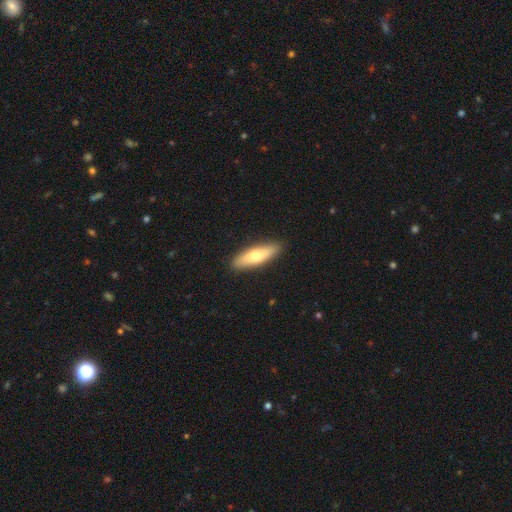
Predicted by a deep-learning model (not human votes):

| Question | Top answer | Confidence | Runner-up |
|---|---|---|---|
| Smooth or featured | smooth | 64% | featured or disk (30%) |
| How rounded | cigar-shaped | 54% | in between (44%) |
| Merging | none | 90% | minor disturbance (8%) |